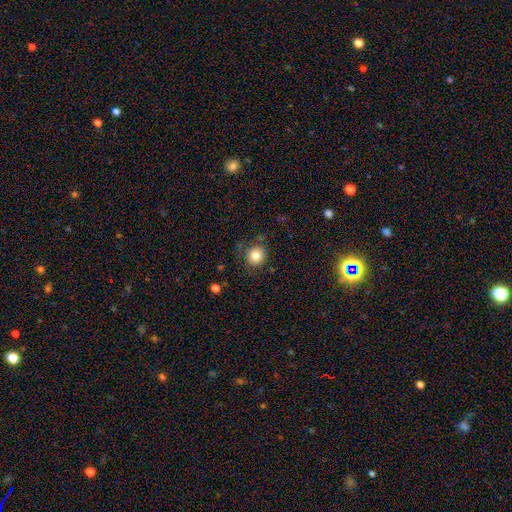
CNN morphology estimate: smooth-or-featured: smooth: 82% | star or artifact: 11% | featured or disk: 7%
  how-rounded: round: 89% | in between: 10% | cigar-shaped: 1%
  merging: none: 83% | minor disturbance: 11% | major disturbance: 3% | merger: 2%